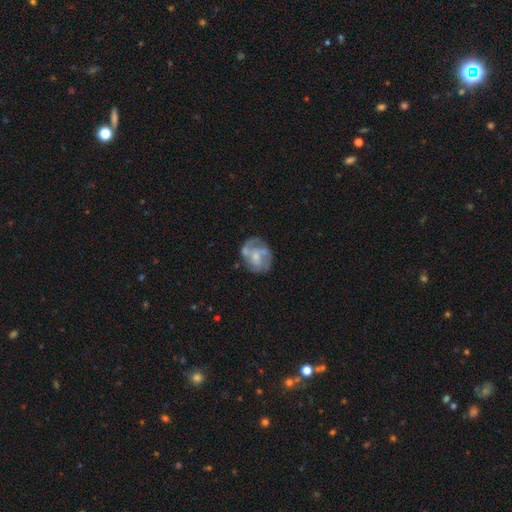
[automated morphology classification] smooth_or_featured: featured or disk (p=0.67) [alt: smooth p=0.26]
disk_edge_on: no (p=0.98) [alt: yes p=0.02]
bar: no (p=0.69) [alt: weak p=0.26]
has_spiral_arms: yes (p=0.64) [alt: no p=0.36]
bulge_size: small (p=0.55) [alt: moderate p=0.33]
merging: none (p=0.51) [alt: minor disturbance p=0.22]